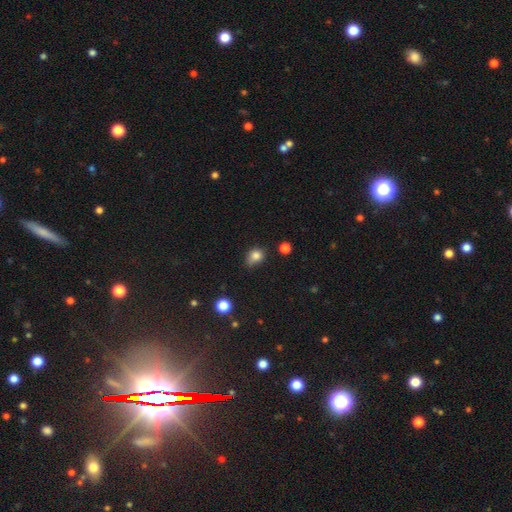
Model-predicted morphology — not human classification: Q: Smooth or featured?
A: smooth (82%); runner-up: star or artifact (12%)
Q: How rounded?
A: round (53%); runner-up: in between (46%)
Q: Merging?
A: none (54%); runner-up: minor disturbance (35%)